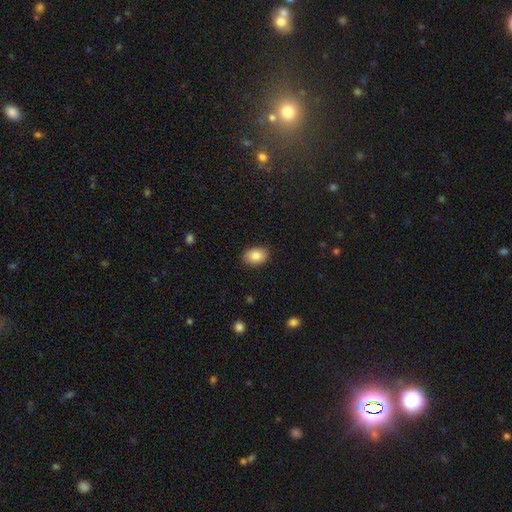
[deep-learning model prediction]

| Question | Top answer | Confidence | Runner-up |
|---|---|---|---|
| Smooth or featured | smooth | 85% | featured or disk (8%) |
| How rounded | in between | 81% | round (18%) |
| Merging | none | 88% | minor disturbance (9%) |